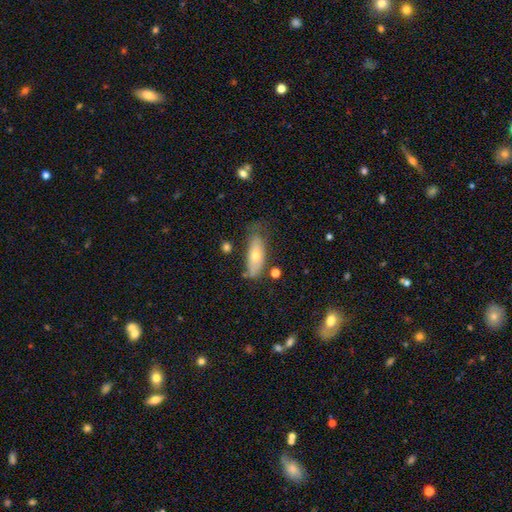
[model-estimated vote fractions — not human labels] Q: Smooth or featured?
A: smooth (61%); runner-up: featured or disk (31%)
Q: How rounded?
A: in between (70%); runner-up: cigar-shaped (27%)
Q: Merging?
A: none (55%); runner-up: minor disturbance (31%)